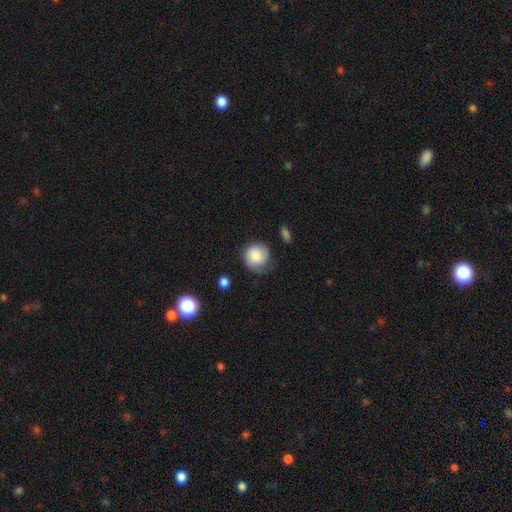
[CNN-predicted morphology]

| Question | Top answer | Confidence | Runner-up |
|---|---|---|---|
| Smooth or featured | smooth | 76% | featured or disk (17%) |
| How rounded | round | 88% | in between (11%) |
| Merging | none | 60% | minor disturbance (28%) |